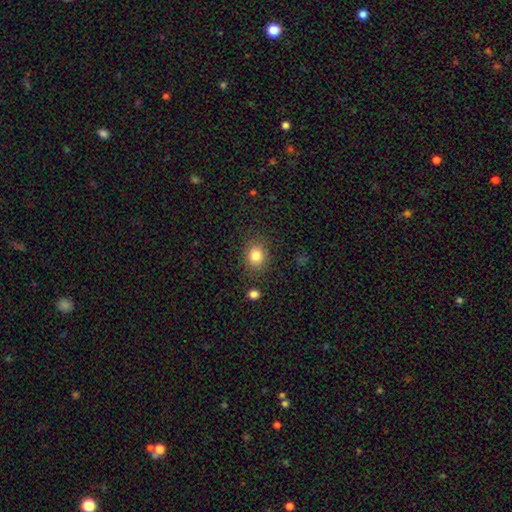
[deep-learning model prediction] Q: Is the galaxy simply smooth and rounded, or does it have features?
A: smooth — 83%.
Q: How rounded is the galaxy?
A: round — 72%.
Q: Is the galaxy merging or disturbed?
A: none — 85%.